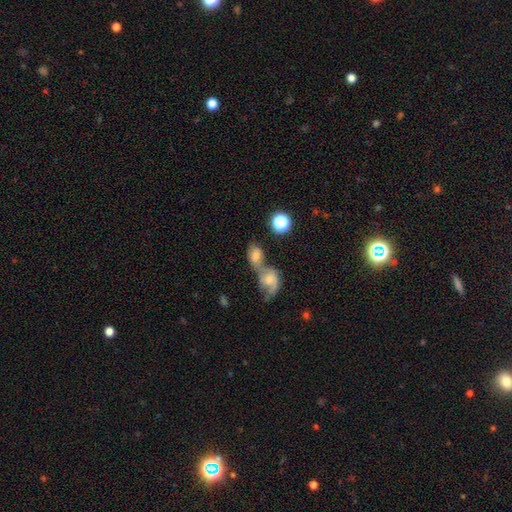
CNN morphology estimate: Smooth or featured? Predicted: smooth (p=0.64). How rounded? Predicted: in between (p=0.73). Merging? Predicted: merger (p=0.70).